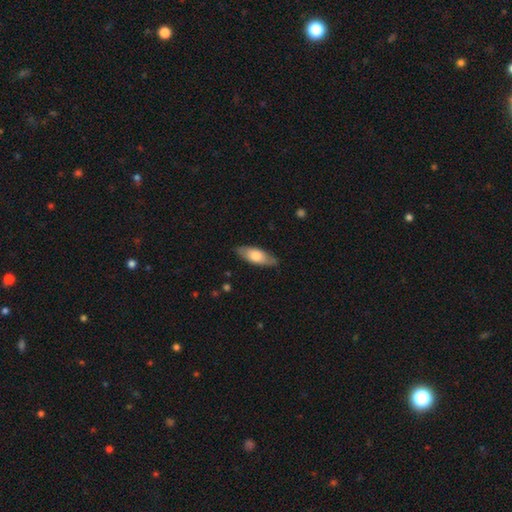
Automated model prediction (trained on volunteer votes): smooth_or_featured: smooth (p=0.68) [alt: featured or disk p=0.27]
how_rounded: in between (p=0.71) [alt: cigar-shaped p=0.27]
merging: none (p=0.84) [alt: minor disturbance p=0.13]